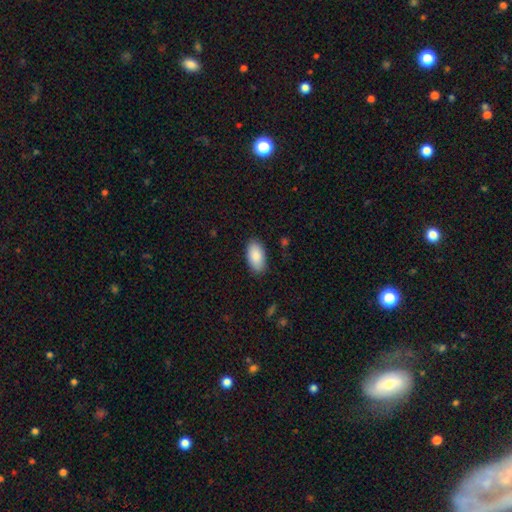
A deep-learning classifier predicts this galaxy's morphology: A smooth galaxy with no disk features (88%) that is in between round and cigar-shaped (95%). Merging: none (86%).